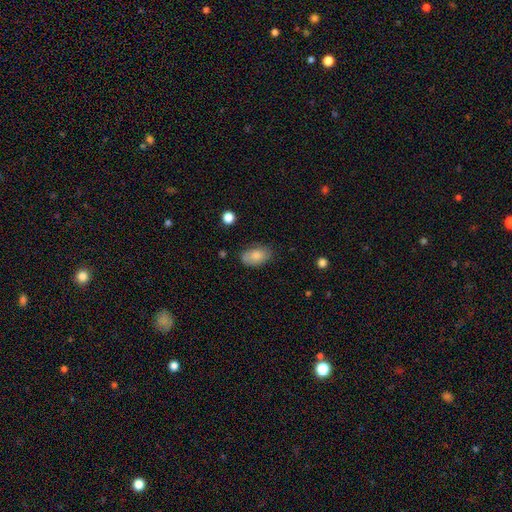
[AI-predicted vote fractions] This appears to be a smooth galaxy with no disk features (81%) that is in between round and cigar-shaped (91%). Merging: none (74%).